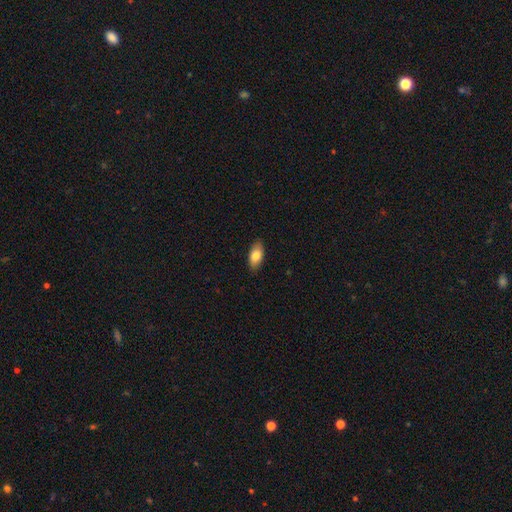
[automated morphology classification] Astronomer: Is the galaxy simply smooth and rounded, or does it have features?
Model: smooth — 82%.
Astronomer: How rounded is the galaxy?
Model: in between — 91%.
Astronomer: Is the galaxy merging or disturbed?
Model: none — 88%.